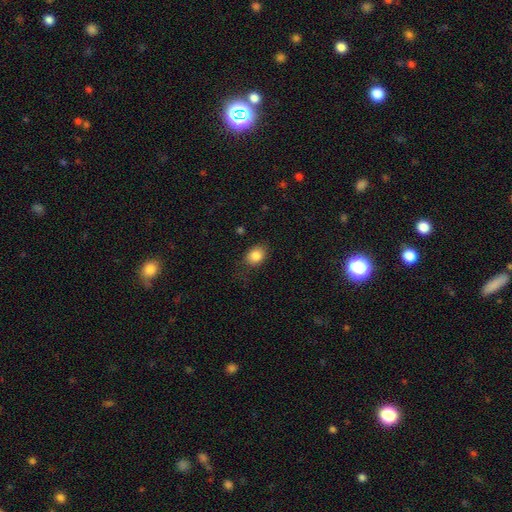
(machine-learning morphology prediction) Q: Smooth or featured?
A: smooth (85%); runner-up: star or artifact (9%)
Q: How rounded?
A: in between (59%); runner-up: round (40%)
Q: Merging?
A: none (74%); runner-up: minor disturbance (19%)